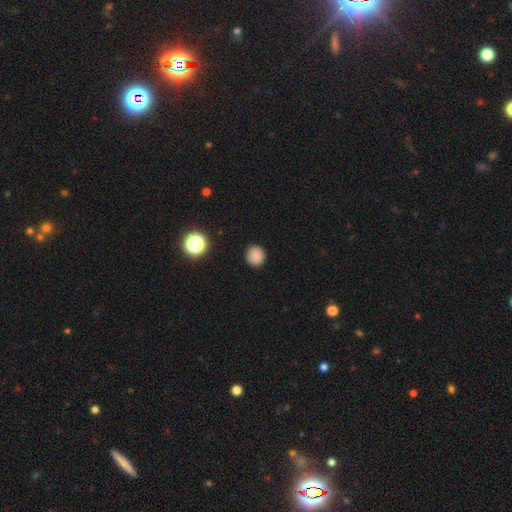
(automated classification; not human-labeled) Overall: smooth (85%). How rounded: round (92%). Merging: none (90%).